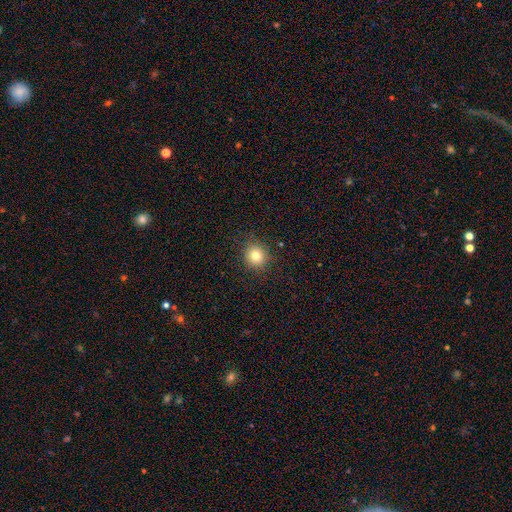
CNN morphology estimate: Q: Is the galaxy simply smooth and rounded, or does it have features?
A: smooth — 80%.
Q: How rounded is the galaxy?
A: round — 89%.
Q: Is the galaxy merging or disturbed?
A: none — 88%.